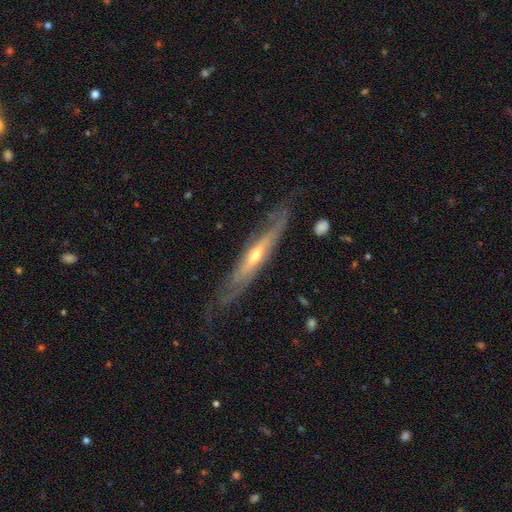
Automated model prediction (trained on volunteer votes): smooth-or-featured: featured or disk: 79% | smooth: 15% | star or artifact: 6%
  disk-edge-on: yes: 65% | no: 35%
    edge-on-bulge: rounded: 76% | none: 21% | boxy: 3%
  merging: none: 69% | minor disturbance: 21% | major disturbance: 9% | merger: 2%